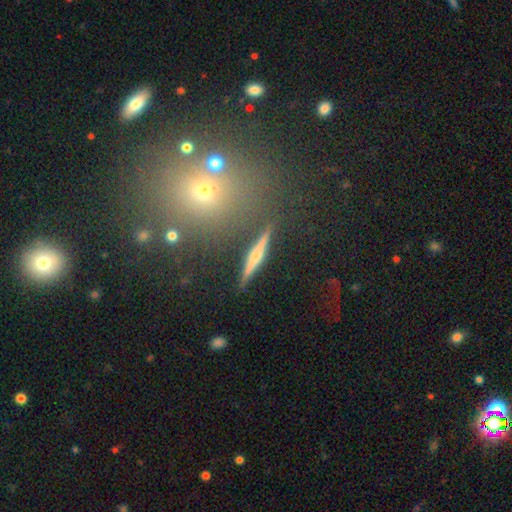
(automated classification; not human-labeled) Smooth or featured: featured or disk — 63% (smooth — 25%)
Edge-on disk: yes — 93% (no — 7%)
Edge-on bulge: rounded — 74% (none — 16%)
Merging: none — 83% (minor disturbance — 10%)